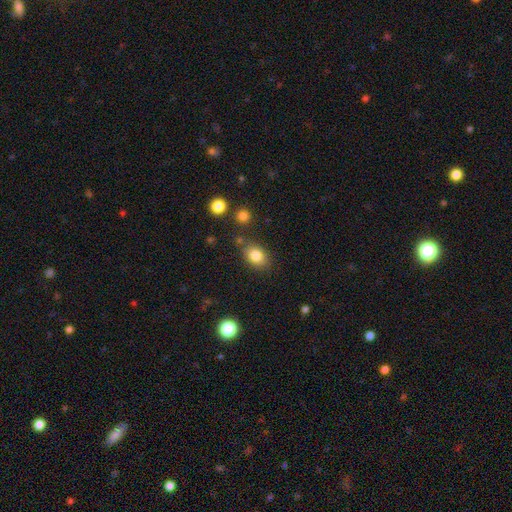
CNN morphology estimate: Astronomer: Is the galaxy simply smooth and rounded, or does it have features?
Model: smooth — 82%.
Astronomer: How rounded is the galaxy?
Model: in between — 72%.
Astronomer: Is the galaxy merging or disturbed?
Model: none — 78%.